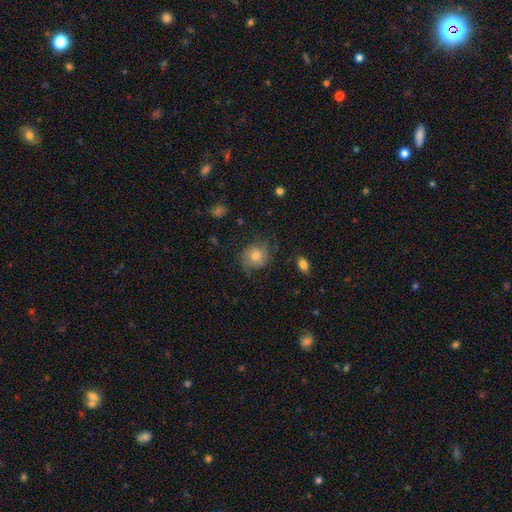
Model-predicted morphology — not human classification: A smooth galaxy with no disk features (58%) that is round (82%).

Vote fractions:
- Smooth or featured? smooth: 58% / featured or disk: 31% / star or artifact: 11%
- How rounded? round: 82% / in between: 17% / cigar-shaped: 1%
- Merging? none: 69% / minor disturbance: 20% / major disturbance: 9% / merger: 1%